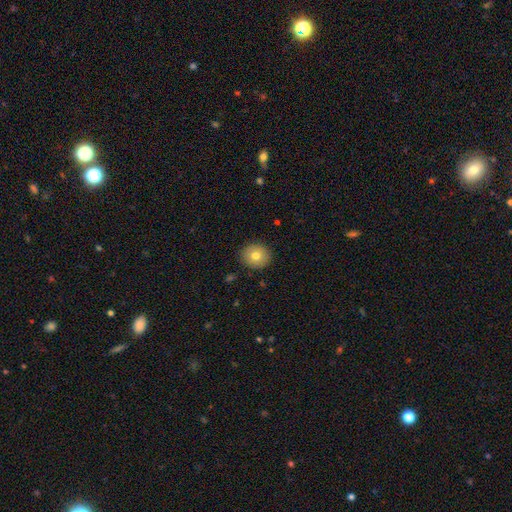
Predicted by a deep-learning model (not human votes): smooth_or_featured: smooth (p=0.76) [alt: featured or disk p=0.15]
how_rounded: round (p=0.85) [alt: in between p=0.14]
merging: none (p=0.90) [alt: minor disturbance p=0.07]